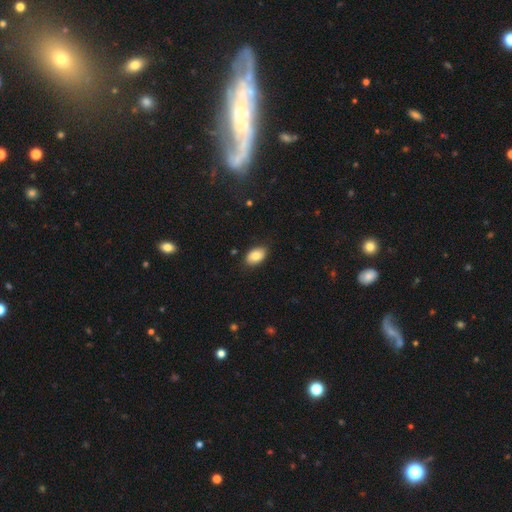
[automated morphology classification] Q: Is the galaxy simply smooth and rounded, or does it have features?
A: smooth — 84%.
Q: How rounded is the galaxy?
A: in between — 91%.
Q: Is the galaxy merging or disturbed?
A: none — 85%.